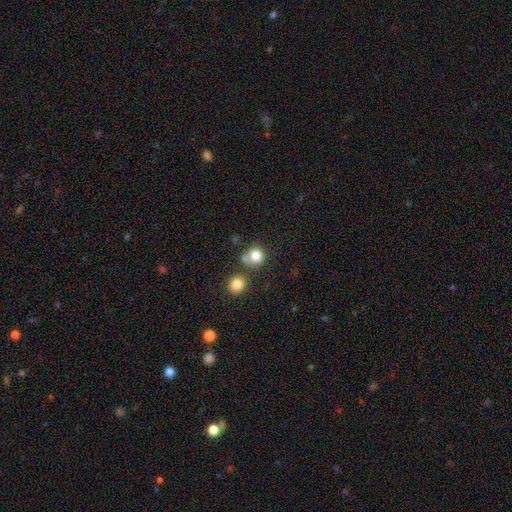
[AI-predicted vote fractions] Smooth or featured? smooth (81%)
How rounded? round (86%)
Merging? none (59%)